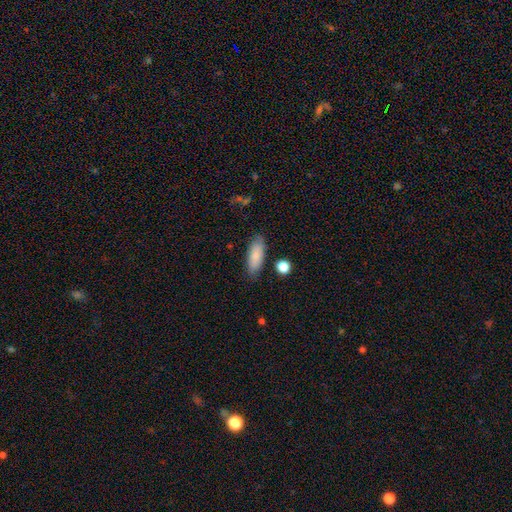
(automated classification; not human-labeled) A smooth galaxy with no disk features (85%) that is in between round and cigar-shaped (73%).

Vote fractions:
- Smooth or featured? smooth: 85% / featured or disk: 9% / star or artifact: 6%
- How rounded? in between: 73% / cigar-shaped: 24% / round: 2%
- Merging? none: 81% / minor disturbance: 13% / major disturbance: 3% / merger: 3%